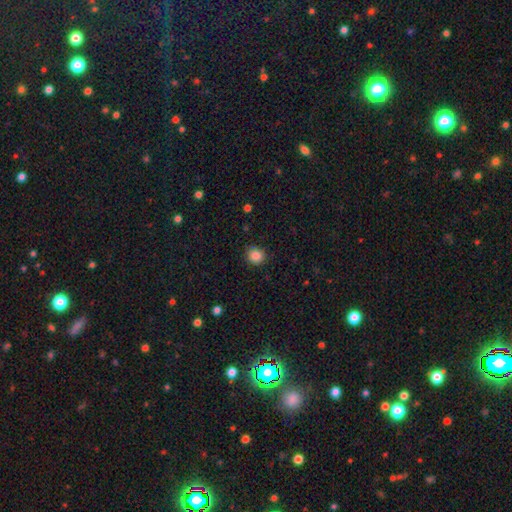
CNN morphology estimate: Smooth or featured: smooth — 85% (star or artifact — 11%)
How rounded: round — 86% (in between — 13%)
Merging: none — 87% (minor disturbance — 10%)